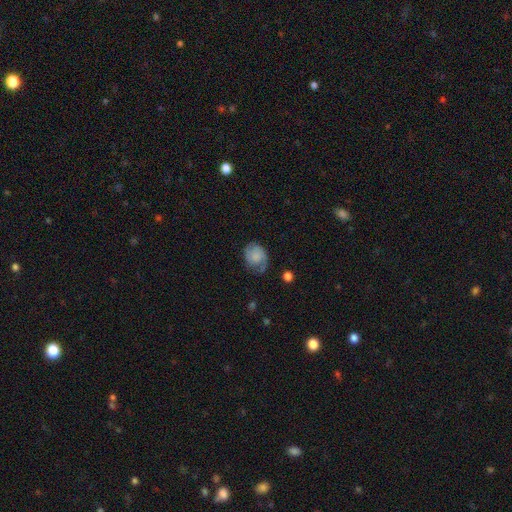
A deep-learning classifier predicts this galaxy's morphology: smooth-or-featured: smooth: 54% | featured or disk: 37% | star or artifact: 9%
  how-rounded: round: 51% | in between: 48% | cigar-shaped: 1%
  merging: none: 53% | minor disturbance: 30% | major disturbance: 14% | merger: 2%